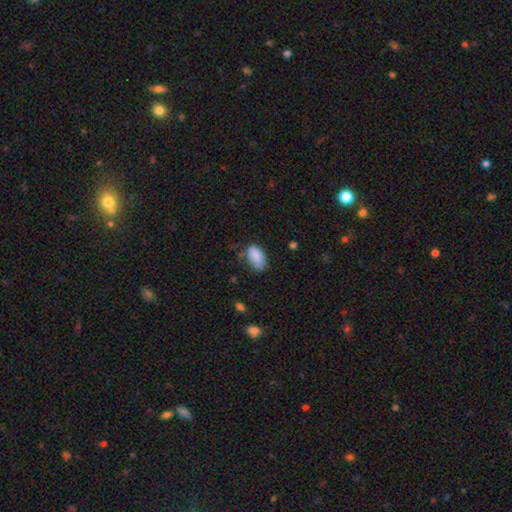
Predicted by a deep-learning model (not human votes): Morphology: type=smooth (87%); roundness=in between (93%); merging=none (61%).